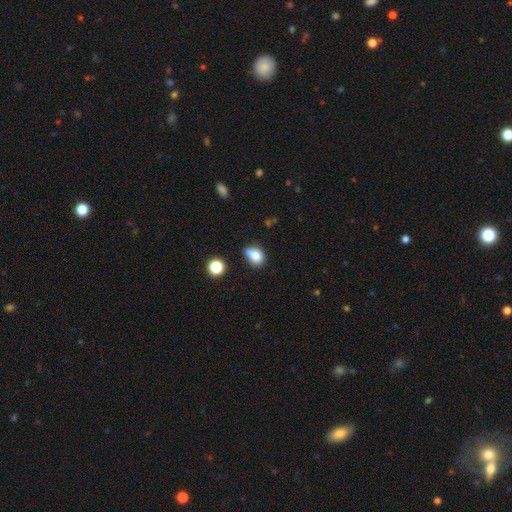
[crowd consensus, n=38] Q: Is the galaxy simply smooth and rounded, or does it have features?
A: smooth — 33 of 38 (87%).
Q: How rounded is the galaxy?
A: in between — 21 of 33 (64%).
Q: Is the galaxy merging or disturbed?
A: none — 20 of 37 (54%).